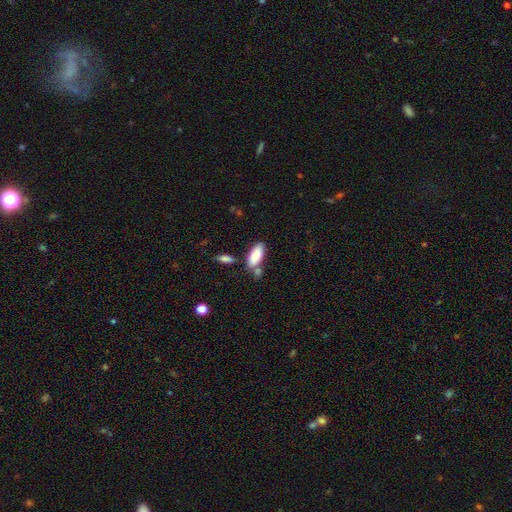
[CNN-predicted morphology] This is clearly a smooth galaxy (83%). How rounded: clearly in between (85%). Merging: likely none (62%).